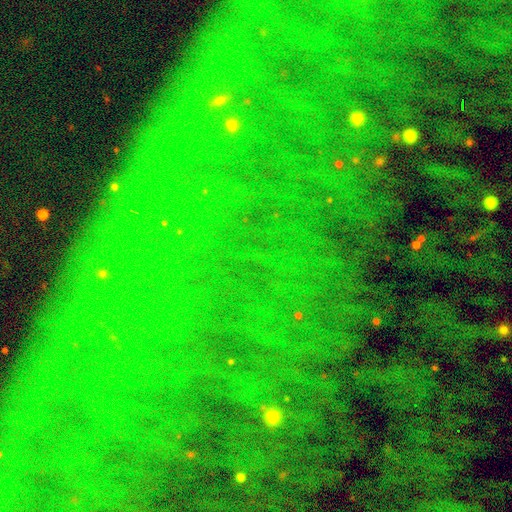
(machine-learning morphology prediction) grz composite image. It shows a star or artifact, not a galaxy (86%).